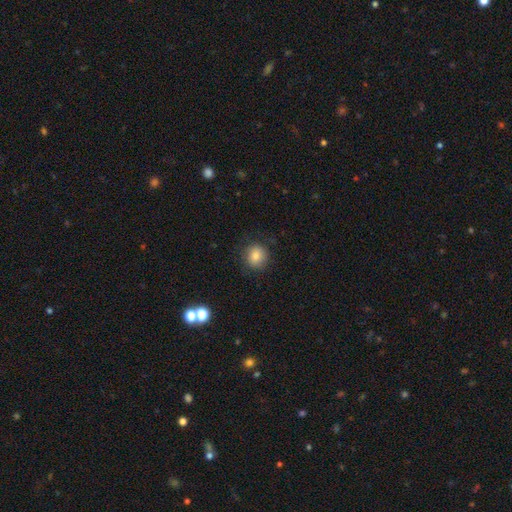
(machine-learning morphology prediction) A smooth galaxy with no disk features (82%) that is round (86%).

Vote fractions:
- Smooth or featured? smooth: 82% / star or artifact: 10% / featured or disk: 8%
- How rounded? round: 86% / in between: 13% / cigar-shaped: 1%
- Merging? none: 84% / minor disturbance: 11% / major disturbance: 4% / merger: 1%